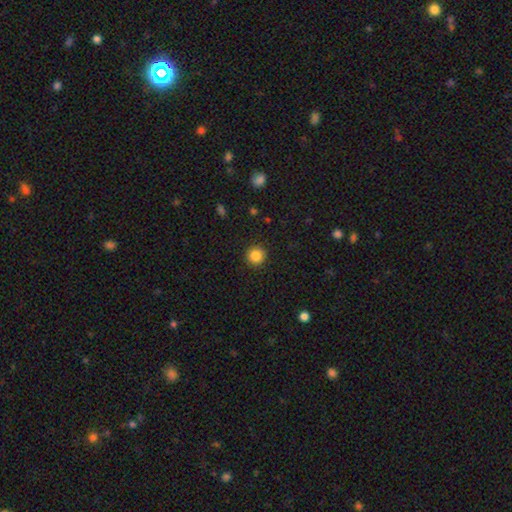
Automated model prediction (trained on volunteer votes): Overall: smooth (86%). How rounded: round (94%). Merging: none (91%).